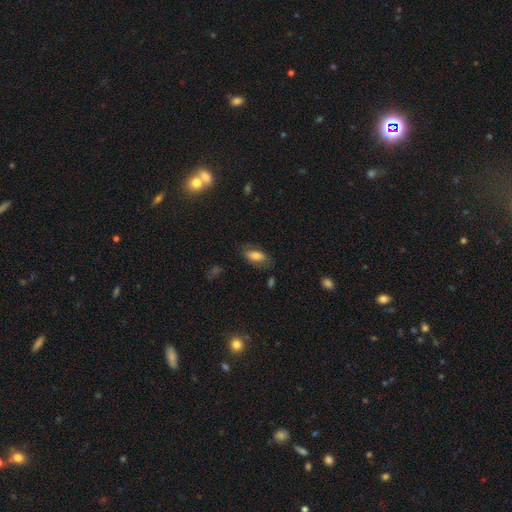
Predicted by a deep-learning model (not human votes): Smooth or featured? Predicted: smooth (p=0.69). How rounded? Predicted: in between (p=0.88). Merging? Predicted: none (p=0.69).